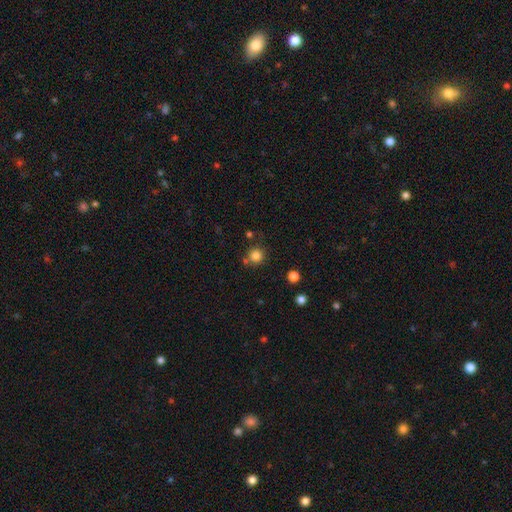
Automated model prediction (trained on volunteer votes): This is clearly a smooth galaxy (82%). How rounded: clearly round (93%). Merging: likely none (76%).